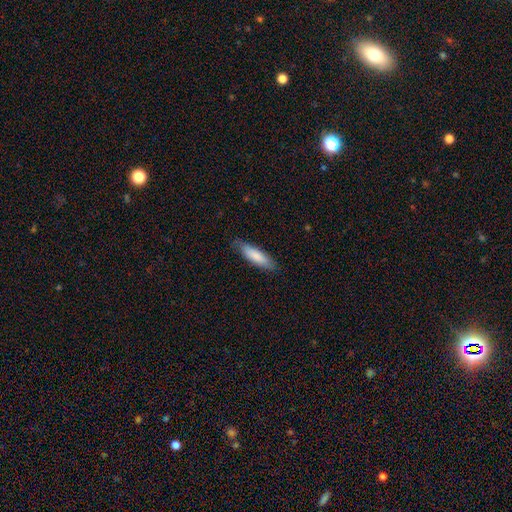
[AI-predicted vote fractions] Overall: smooth (83%). How rounded: cigar-shaped (62%; in between 37%). Merging: none (81%).